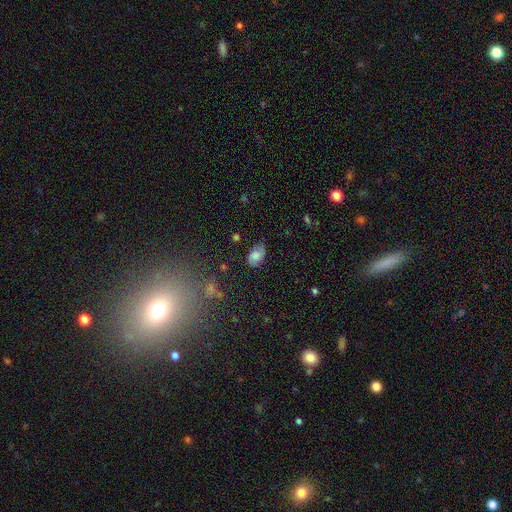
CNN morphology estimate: Smooth or featured? Predicted: smooth (p=0.71). How rounded? Predicted: in between (p=0.86). Merging? Predicted: none (p=0.62).